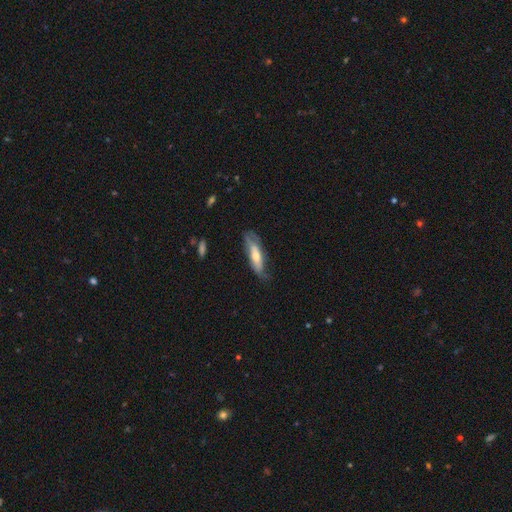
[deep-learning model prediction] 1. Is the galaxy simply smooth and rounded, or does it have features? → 52% featured or disk, 41% smooth, 7% star or artifact.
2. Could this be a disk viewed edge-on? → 58% no, 42% yes.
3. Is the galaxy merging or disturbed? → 62% none, 26% minor disturbance, 10% major disturbance, 2% merger.